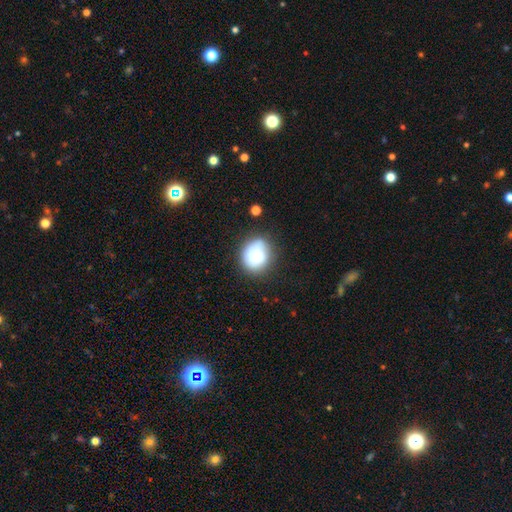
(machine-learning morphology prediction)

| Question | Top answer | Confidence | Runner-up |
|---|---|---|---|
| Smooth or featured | smooth | 80% | featured or disk (12%) |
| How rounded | round | 68% | in between (31%) |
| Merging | none | 64% | minor disturbance (23%) |